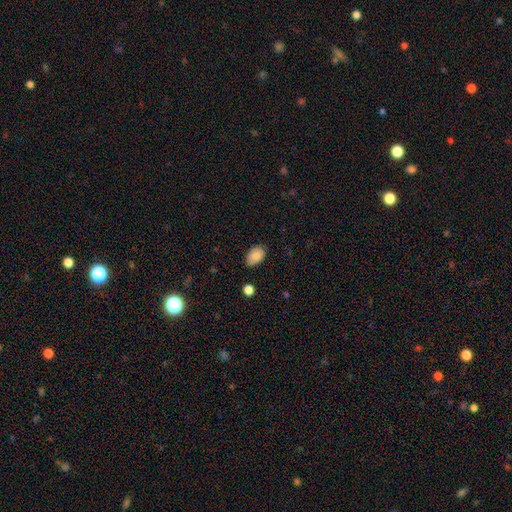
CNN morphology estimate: A smooth galaxy with no disk features (86%) that is in between round and cigar-shaped (86%).

Vote fractions:
- Smooth or featured? smooth: 86% / star or artifact: 8% / featured or disk: 6%
- How rounded? in between: 86% / round: 13% / cigar-shaped: 1%
- Merging? none: 79% / minor disturbance: 17% / major disturbance: 3% / merger: 1%